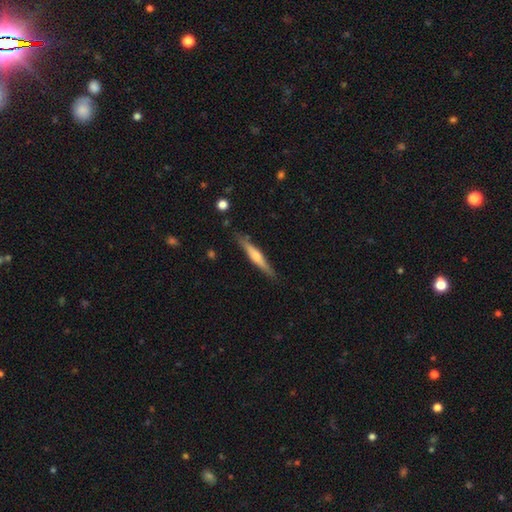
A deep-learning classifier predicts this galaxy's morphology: type=featured or disk (61%); edge-on=yes (97%); edge-on bulge=rounded (79%); merging=none (86%).